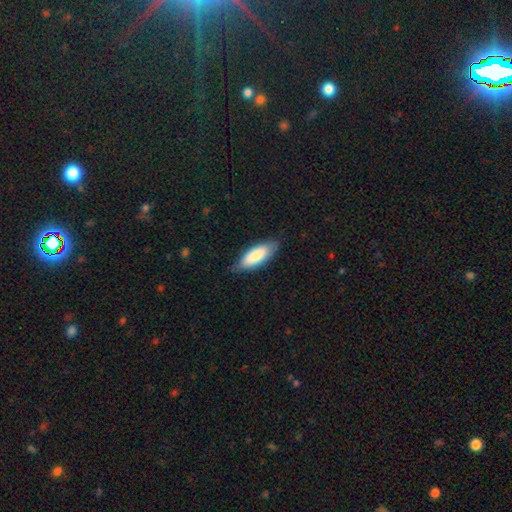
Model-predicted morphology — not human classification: Smooth or featured?
  - smooth: 81% *
  - featured or disk: 14%
  - star or artifact: 5%
How rounded?
  - in between: 75% *
  - cigar-shaped: 23%
  - round: 2%
Merging?
  - none: 76% *
  - minor disturbance: 20%
  - major disturbance: 3%
  - merger: 1%